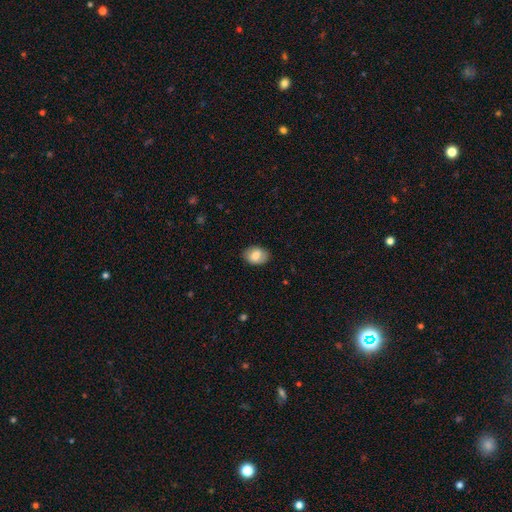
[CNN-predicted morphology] Smooth or featured?
  - smooth: 79% *
  - featured or disk: 13%
  - star or artifact: 7%
How rounded?
  - in between: 74% *
  - round: 25%
  - cigar-shaped: 1%
Merging?
  - none: 84% *
  - minor disturbance: 12%
  - major disturbance: 3%
  - merger: 1%